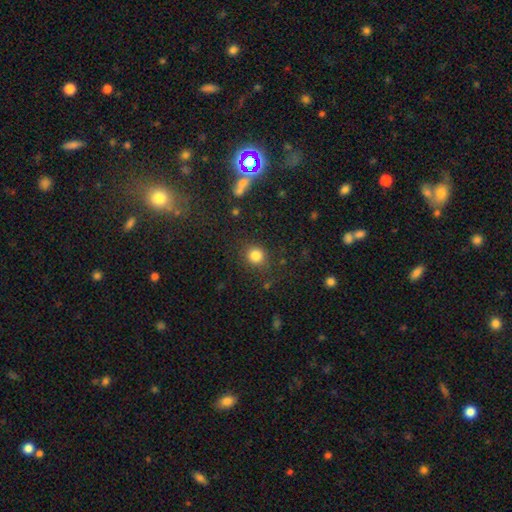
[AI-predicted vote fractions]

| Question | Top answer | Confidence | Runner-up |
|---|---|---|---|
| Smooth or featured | smooth | 83% | star or artifact (11%) |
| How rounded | round | 86% | in between (13%) |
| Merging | none | 84% | minor disturbance (9%) |